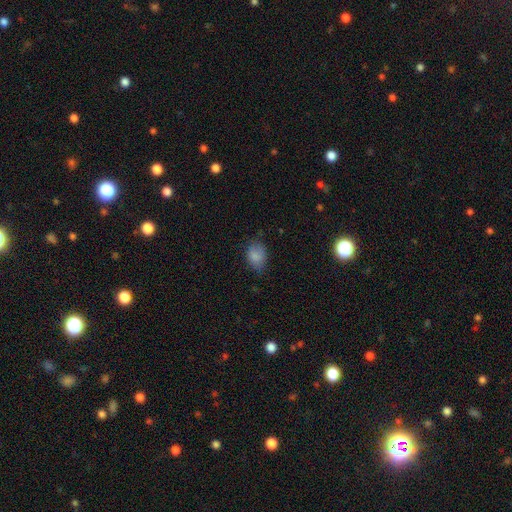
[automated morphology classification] Smooth or featured? Predicted: smooth (p=0.83). How rounded? Predicted: in between (p=0.73). Merging? Predicted: none (p=0.66).